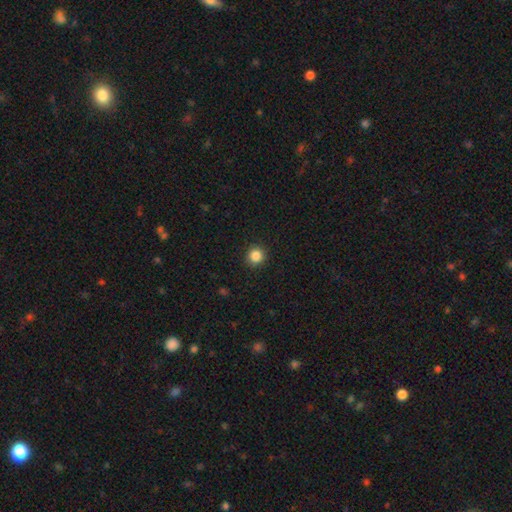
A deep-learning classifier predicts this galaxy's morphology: Q: Smooth or featured?
A: smooth (87%); runner-up: star or artifact (10%)
Q: How rounded?
A: round (92%); runner-up: in between (7%)
Q: Merging?
A: none (92%); runner-up: minor disturbance (5%)